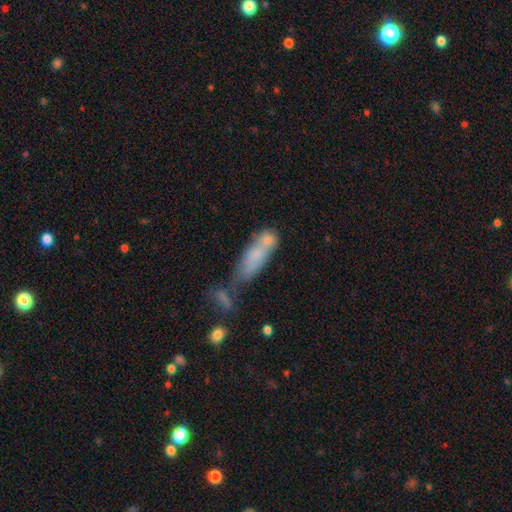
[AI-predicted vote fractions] This appears to be a smooth galaxy with no disk features (64%) that is in between round and cigar-shaped (53%). Merging: merger (47%).